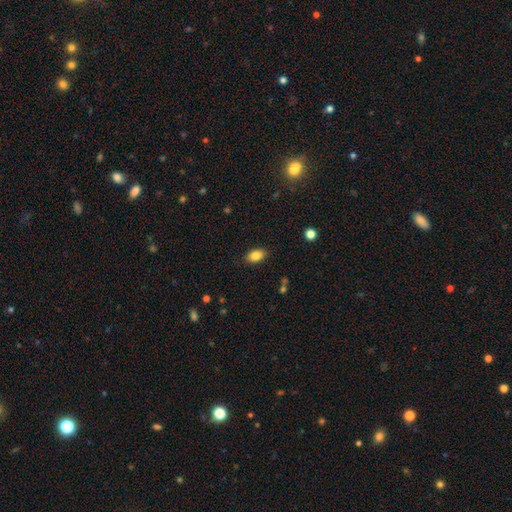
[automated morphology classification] Smooth or featured: smooth — 83% (featured or disk — 9%)
How rounded: in between — 89% (round — 9%)
Merging: none — 87% (minor disturbance — 9%)